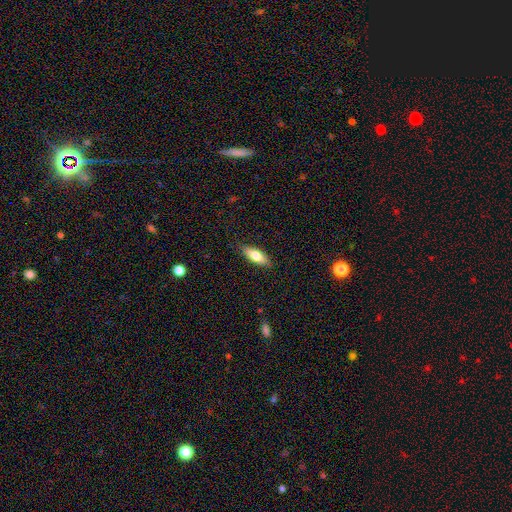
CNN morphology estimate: This is likely a smooth galaxy (72%). How rounded: likely in between (63%). Merging: clearly none (86%).